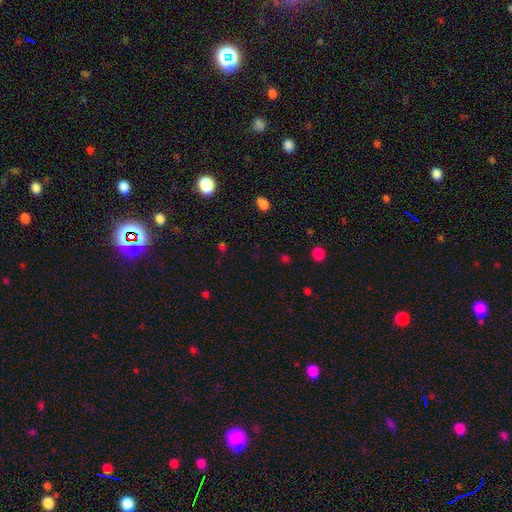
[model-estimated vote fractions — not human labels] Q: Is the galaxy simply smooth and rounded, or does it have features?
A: star or artifact — 48%.